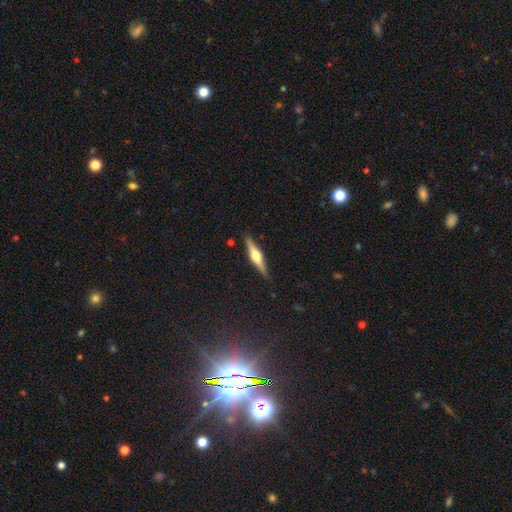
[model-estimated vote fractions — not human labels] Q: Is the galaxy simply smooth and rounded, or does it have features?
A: featured or disk — 68%.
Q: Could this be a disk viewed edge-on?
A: yes — 97%.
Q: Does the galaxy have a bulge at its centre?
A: rounded — 92%.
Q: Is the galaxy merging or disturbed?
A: none — 89%.